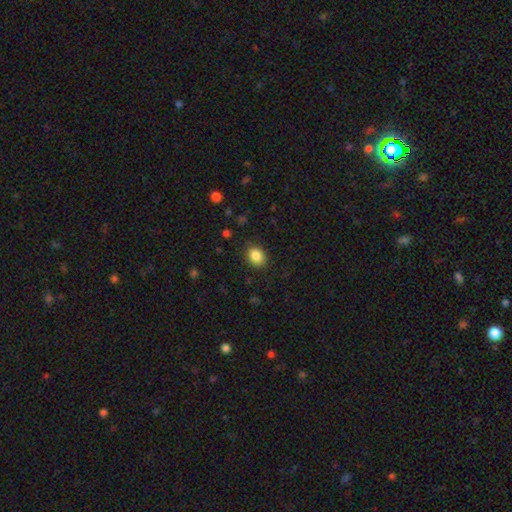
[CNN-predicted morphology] A smooth galaxy with no disk features (86%) that is in between round and cigar-shaped (50%).

Vote fractions:
- Smooth or featured? smooth: 86% / star or artifact: 9% / featured or disk: 5%
- How rounded? in between: 50% / round: 49% / cigar-shaped: 1%
- Merging? none: 86% / minor disturbance: 10% / major disturbance: 3% / merger: 1%